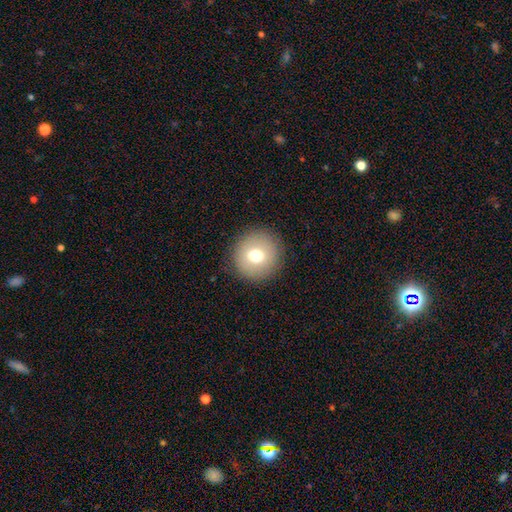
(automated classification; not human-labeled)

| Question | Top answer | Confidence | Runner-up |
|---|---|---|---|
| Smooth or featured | smooth | 73% | featured or disk (16%) |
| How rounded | round | 95% | in between (4%) |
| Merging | none | 90% | minor disturbance (6%) |